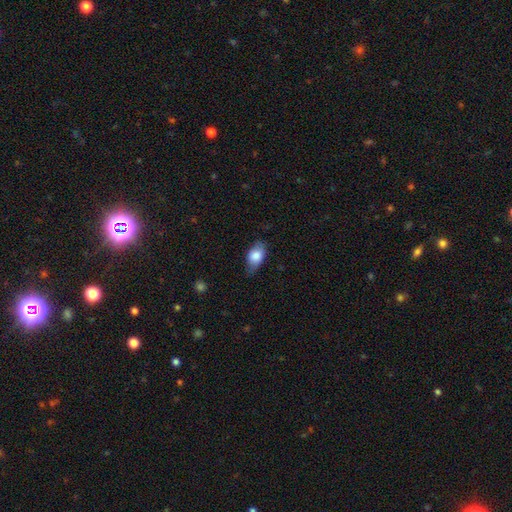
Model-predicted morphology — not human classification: Overall: smooth (77%). How rounded: in between (88%). Merging: none (68%).